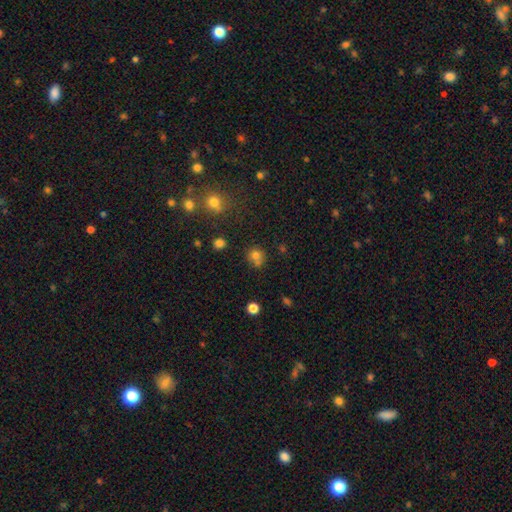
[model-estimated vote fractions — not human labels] smooth_or_featured: smooth (p=0.74) [alt: star or artifact p=0.16]
how_rounded: round (p=0.83) [alt: in between p=0.16]
merging: none (p=0.55) [alt: merger p=0.29]